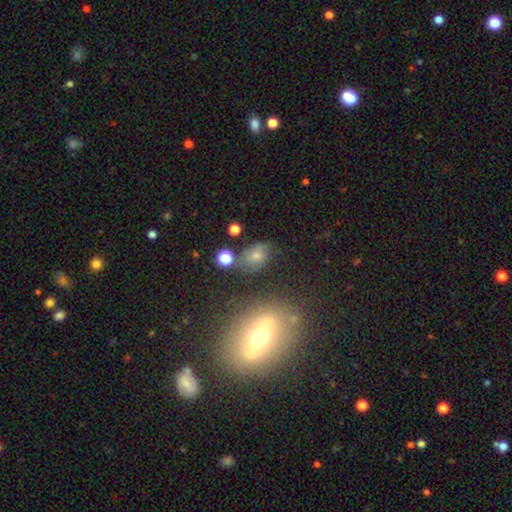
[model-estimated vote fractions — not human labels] smooth_or_featured: smooth (p=0.50) [alt: featured or disk p=0.34]
merging: none (p=0.53) [alt: minor disturbance p=0.24]